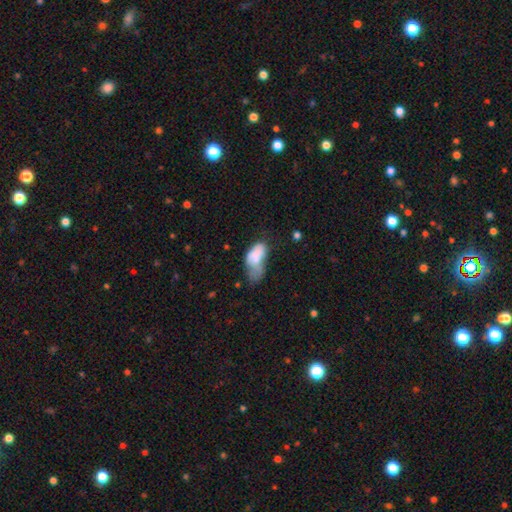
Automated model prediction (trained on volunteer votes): smooth_or_featured: smooth (p=0.71) [alt: featured or disk p=0.20]
how_rounded: in between (p=0.92) [alt: round p=0.04]
merging: major disturbance (p=0.39) [alt: minor disturbance p=0.28]